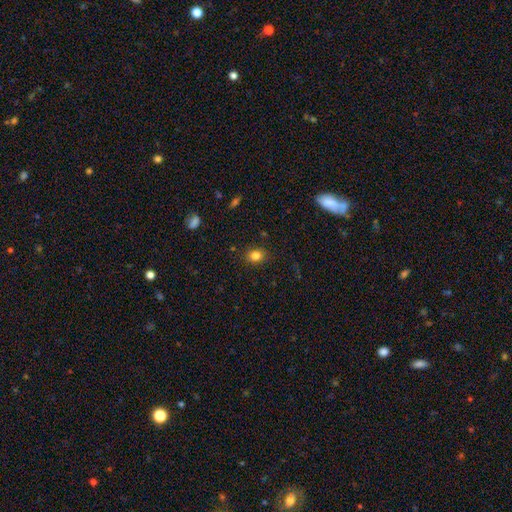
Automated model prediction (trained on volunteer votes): This is clearly a smooth galaxy (82%). How rounded: possibly round (52%). Merging: clearly none (85%).